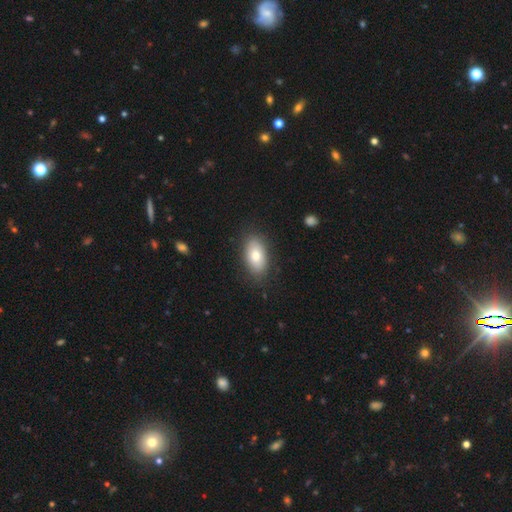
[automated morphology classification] smooth-or-featured: smooth: 72% | featured or disk: 21% | star or artifact: 7%
  how-rounded: in between: 92% | round: 5% | cigar-shaped: 3%
  merging: none: 84% | minor disturbance: 12% | major disturbance: 3% | merger: 1%